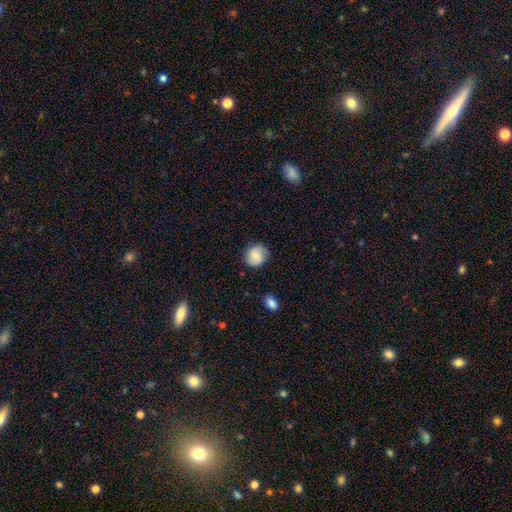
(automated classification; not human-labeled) A smooth galaxy with no disk features (76%) that is round (80%).

Vote fractions:
- Smooth or featured? smooth: 76% / featured or disk: 16% / star or artifact: 8%
- How rounded? round: 80% / in between: 19% / cigar-shaped: 1%
- Merging? none: 82% / minor disturbance: 13% / major disturbance: 3% / merger: 1%